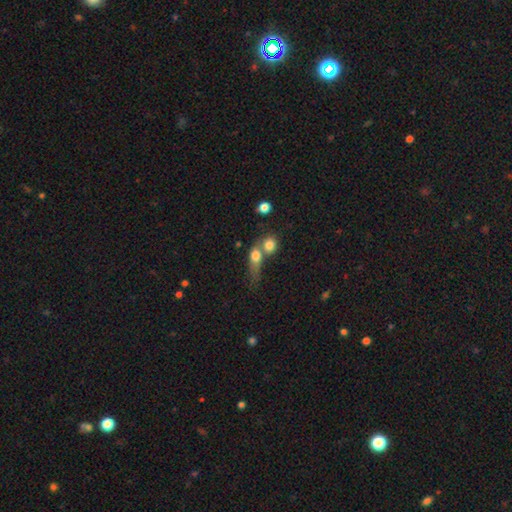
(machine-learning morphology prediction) Overall: smooth (74%). How rounded: in between (44%, tied with round). Merging: merger (58%; none 22%).